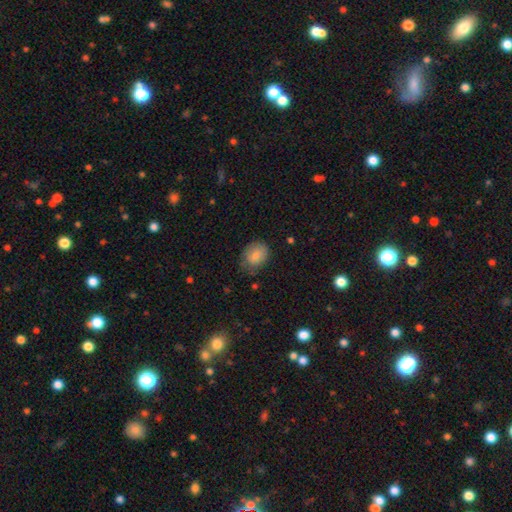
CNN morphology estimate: This appears to be a smooth galaxy with no disk features (83%) that is in between round and cigar-shaped (52%). Merging: none (65%).